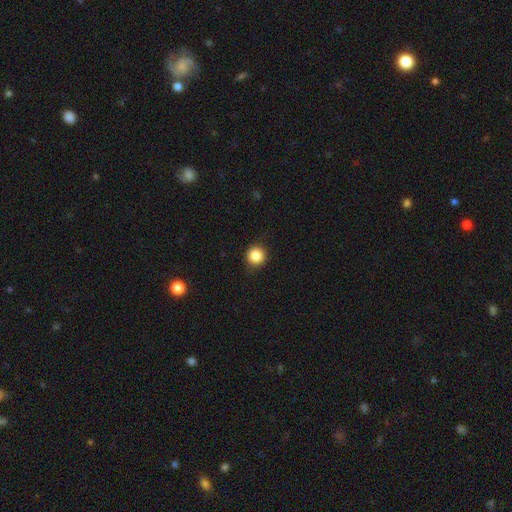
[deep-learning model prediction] Smooth or featured?
  - smooth: 86% *
  - star or artifact: 10%
  - featured or disk: 4%
How rounded?
  - round: 94% *
  - in between: 5%
  - cigar-shaped: 1%
Merging?
  - none: 89% *
  - minor disturbance: 7%
  - major disturbance: 2%
  - merger: 1%